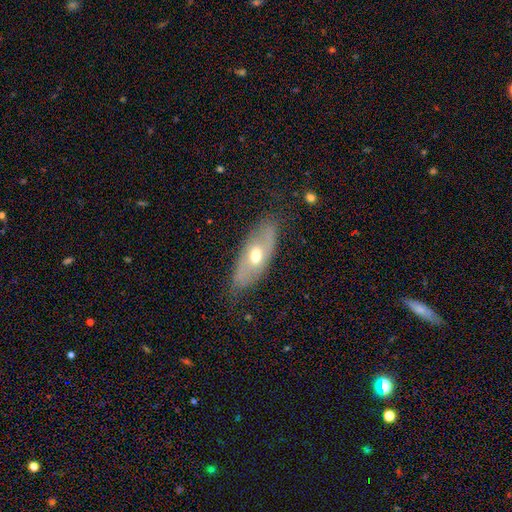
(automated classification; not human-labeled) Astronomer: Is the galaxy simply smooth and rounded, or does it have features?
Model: smooth — 47% (runner-up: featured or disk, 45%).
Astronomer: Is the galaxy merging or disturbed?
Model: none — 75%.